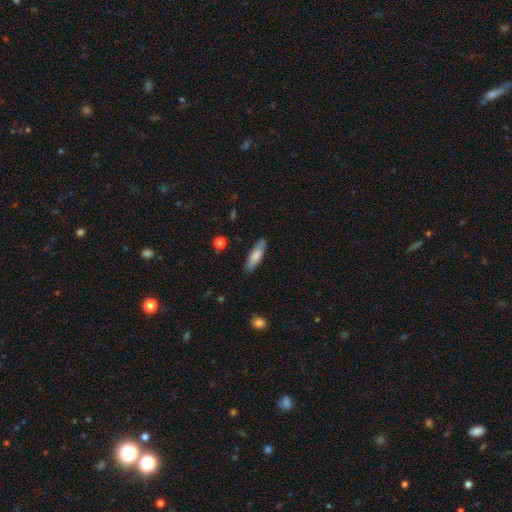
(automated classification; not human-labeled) Morphology: type=smooth (77%); roundness=cigar-shaped (57%); merging=none (86%).